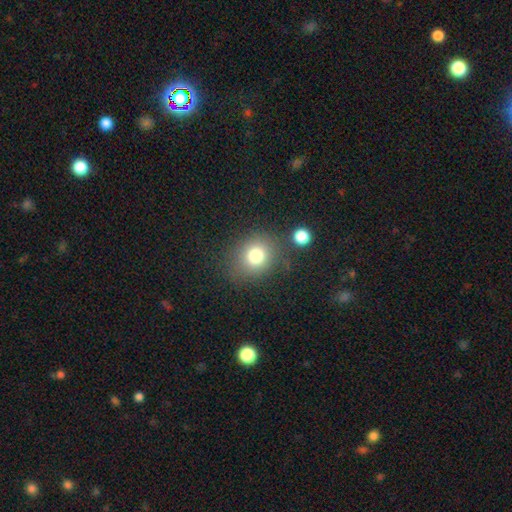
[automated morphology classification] smooth_or_featured: smooth (p=0.78) [alt: star or artifact p=0.13]
how_rounded: round (p=0.73) [alt: in between p=0.26]
merging: none (p=0.76) [alt: minor disturbance p=0.12]